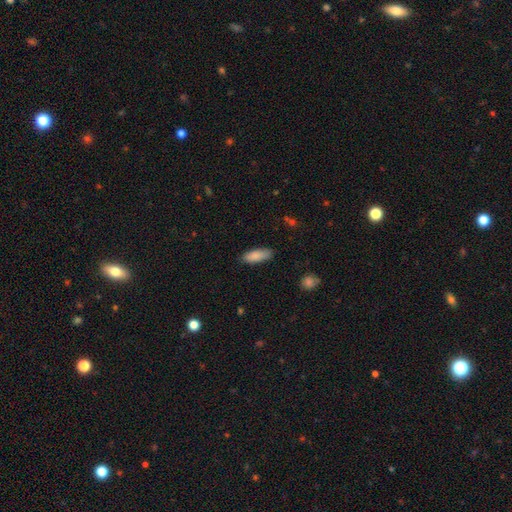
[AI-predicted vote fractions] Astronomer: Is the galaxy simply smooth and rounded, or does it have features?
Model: smooth — 87%.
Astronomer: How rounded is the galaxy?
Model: in between — 71%.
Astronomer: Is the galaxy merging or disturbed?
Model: none — 84%.